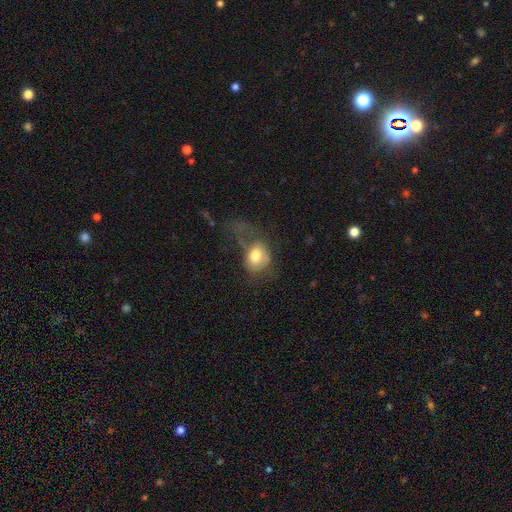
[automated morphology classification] This appears to be a smooth galaxy with no disk features (70%) that is in between round and cigar-shaped (53%). Merging: major disturbance (50%).